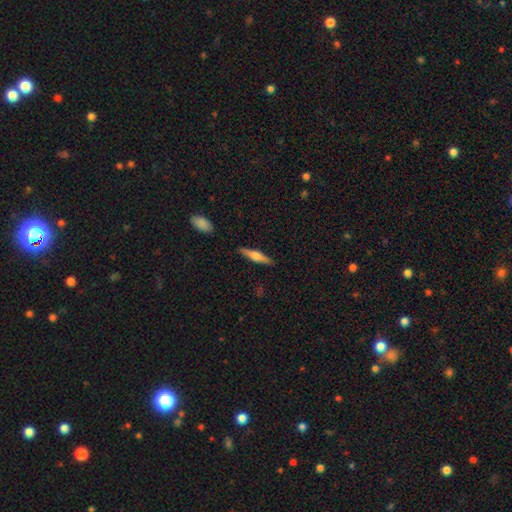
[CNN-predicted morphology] Overall: featured or disk (53%; smooth 41%). Edge-on disk: yes (97%). Edge-on bulge: rounded (81%). Merging: none (89%).